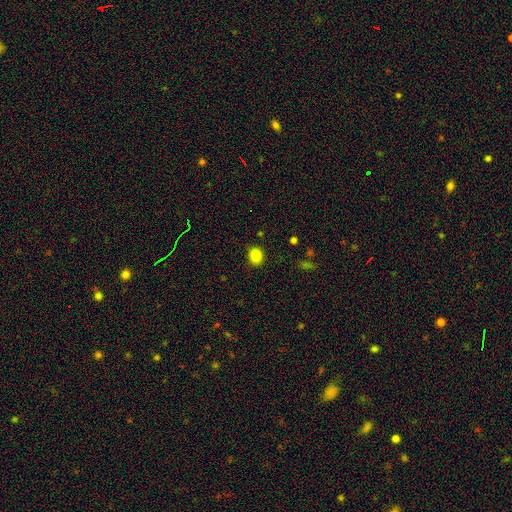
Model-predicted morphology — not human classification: This is clearly a smooth galaxy (86%). How rounded: possibly round (59%). Merging: clearly none (87%).